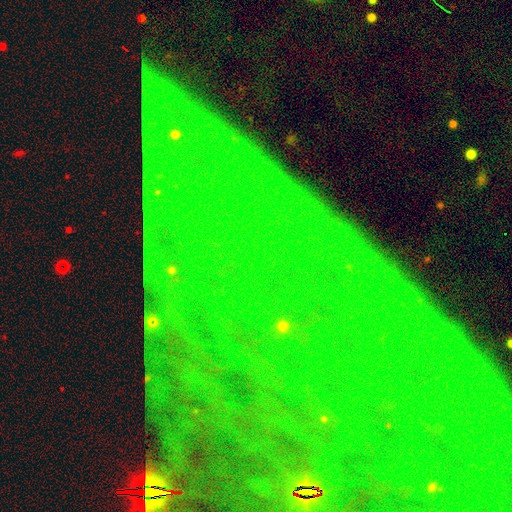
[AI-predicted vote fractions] This appears to be a star or artifact, not a galaxy (84%).